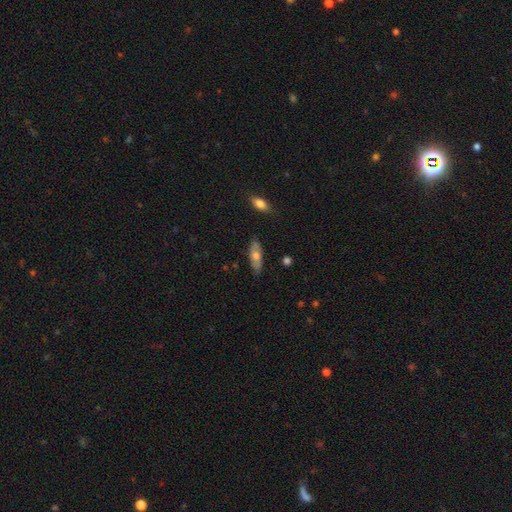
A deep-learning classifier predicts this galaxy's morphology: Overall: smooth (59%; featured or disk 34%). How rounded: in between (63%; cigar-shaped 34%). Merging: none (82%).